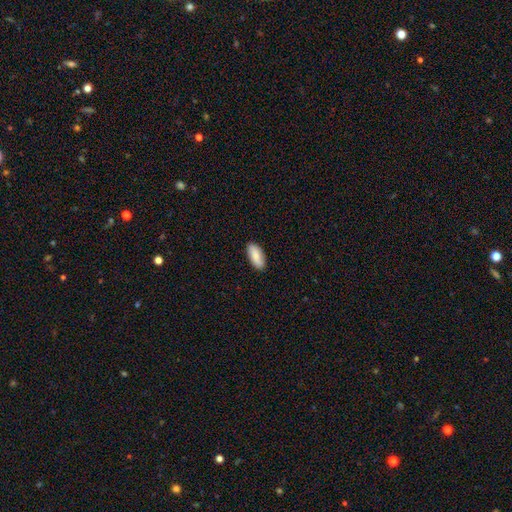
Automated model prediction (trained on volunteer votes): smooth 84%, featured or disk 11%, star or artifact 6%. Down the decision tree: how rounded — in between (89%); merging — none (89%).